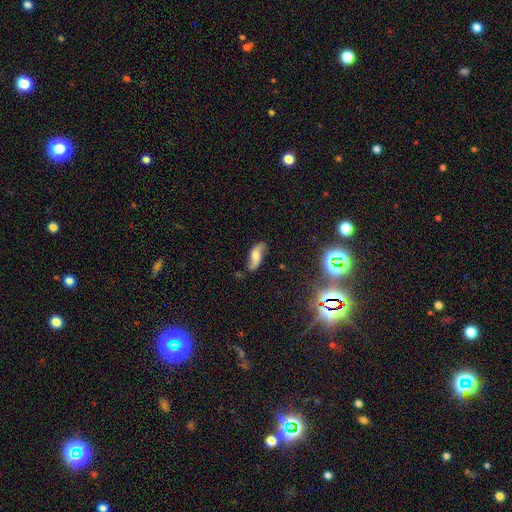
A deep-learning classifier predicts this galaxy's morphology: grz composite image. It shows a featured or disk galaxy (54%). Merging: none (71%).